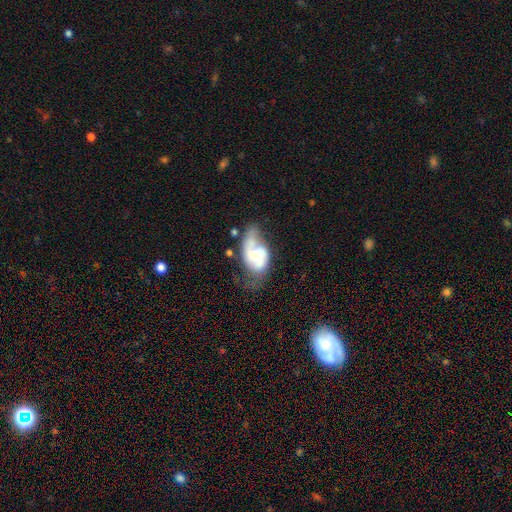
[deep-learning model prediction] Smooth or featured? featured or disk (68%)
Edge-on disk? no (97%)
Bar? no (59%)
Spiral arms? yes (82%)
Spiral winding? medium (42%)
Spiral arm count? 2 (67%)
Bulge size? small (42%)
Merging? none (30%, tied with major disturbance)